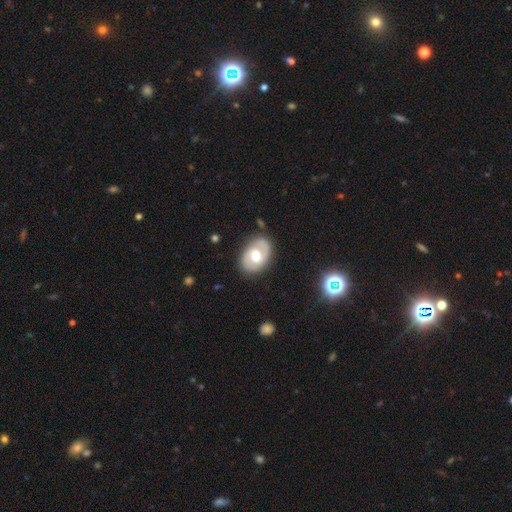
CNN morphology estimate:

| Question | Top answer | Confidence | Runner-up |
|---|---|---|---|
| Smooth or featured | featured or disk | 63% | smooth (31%) |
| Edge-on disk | no | 96% | yes (4%) |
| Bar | no | 53% | weak (37%) |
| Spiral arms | yes | 72% | no (28%) |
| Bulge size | moderate | 75% | large (13%) |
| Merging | none | 79% | minor disturbance (15%) |